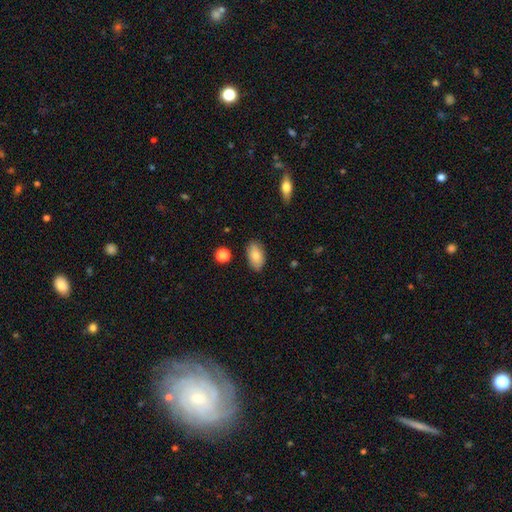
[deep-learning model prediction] Smooth or featured?
  - smooth: 82% *
  - featured or disk: 11%
  - star or artifact: 7%
How rounded?
  - in between: 93% *
  - round: 5%
  - cigar-shaped: 3%
Merging?
  - none: 85% *
  - minor disturbance: 11%
  - major disturbance: 2%
  - merger: 1%